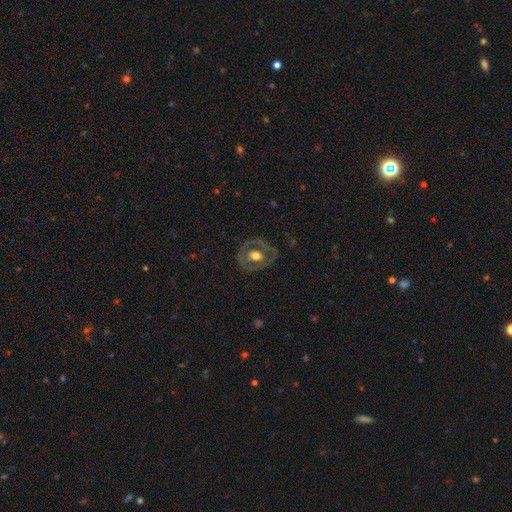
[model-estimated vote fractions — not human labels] smooth_or_featured: featured or disk (p=0.59) [alt: smooth p=0.35]
disk_edge_on: no (p=0.94) [alt: yes p=0.06]
bar: no (p=0.78) [alt: weak p=0.16]
has_spiral_arms: no (p=0.78) [alt: yes p=0.22]
bulge_size: moderate (p=0.65) [alt: large p=0.26]
merging: none (p=0.72) [alt: minor disturbance p=0.18]